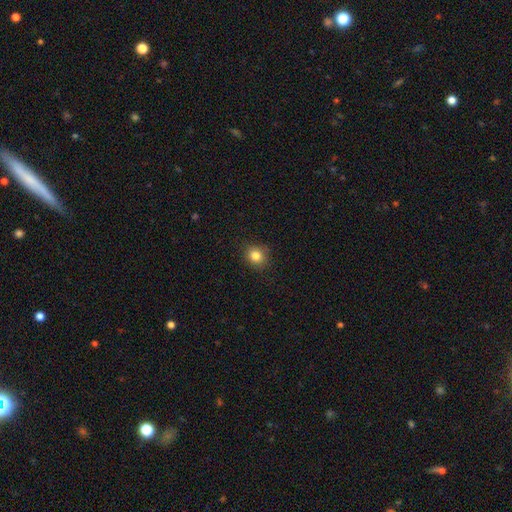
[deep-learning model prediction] smooth_or_featured: smooth (p=0.83) [alt: star or artifact p=0.12]
how_rounded: round (p=0.81) [alt: in between p=0.18]
merging: none (p=0.87) [alt: minor disturbance p=0.10]